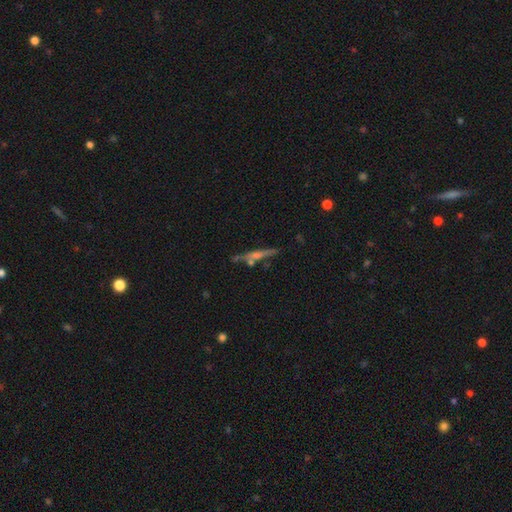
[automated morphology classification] Q: Smooth or featured?
A: featured or disk (54%); runner-up: smooth (37%)
Q: Edge-on disk?
A: yes (94%); runner-up: no (6%)
Q: Edge-on bulge?
A: rounded (56%); runner-up: none (30%)
Q: Merging?
A: none (70%); runner-up: minor disturbance (15%)